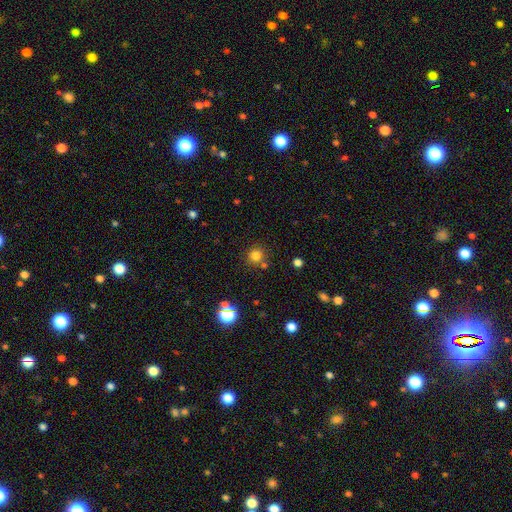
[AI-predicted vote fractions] Overall: smooth (78%). How rounded: round (92%). Merging: none (79%).